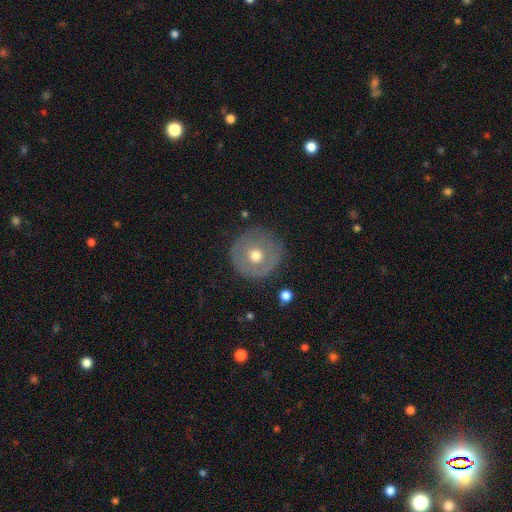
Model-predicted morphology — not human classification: Smooth or featured? smooth (51%)
How rounded? round (94%)
Merging? none (81%)